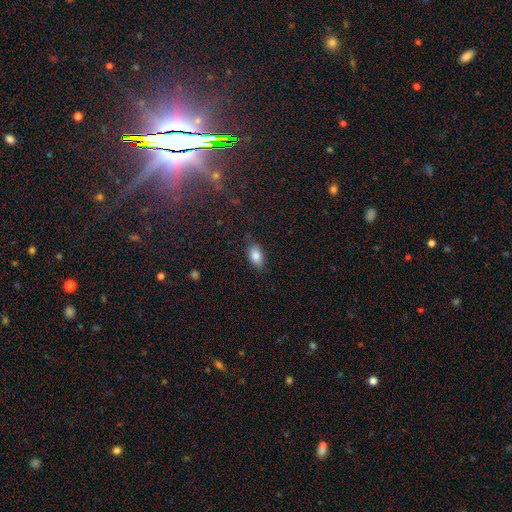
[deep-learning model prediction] A smooth galaxy with no disk features (84%) that is in between round and cigar-shaped (90%). Merging: none (82%).